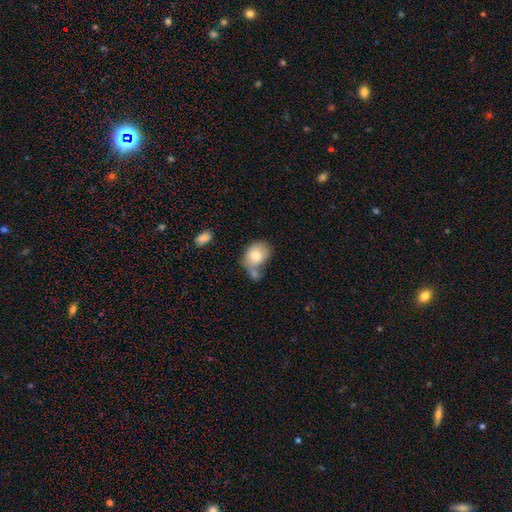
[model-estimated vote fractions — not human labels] The model was most divided on "merging": merger: 40%, none: 28%, minor disturbance: 19%, major disturbance: 13%. More confident: smooth or featured — smooth (76%); how rounded — in between (65%).